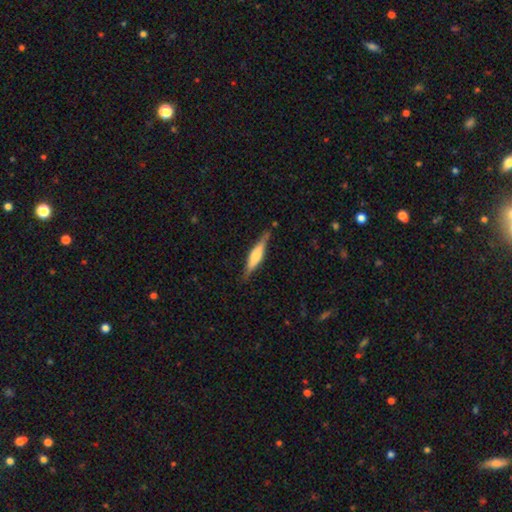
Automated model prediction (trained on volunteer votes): Smooth or featured? featured or disk (51%)
Edge-on disk? yes (94%)
Merging? none (81%)